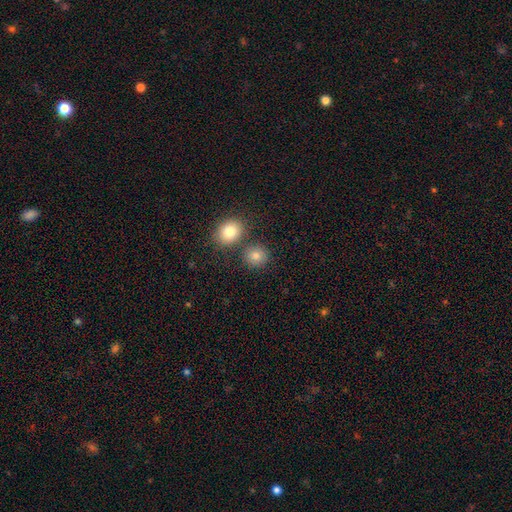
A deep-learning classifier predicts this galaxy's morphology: This appears to be a smooth galaxy with no disk features (82%) that is round (83%). Merging: none (75%).